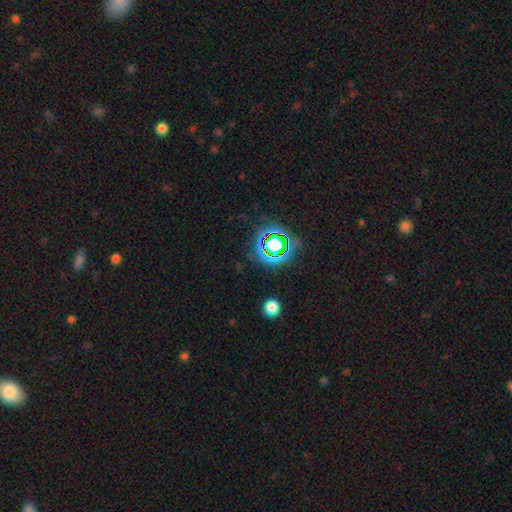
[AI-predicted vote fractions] A star or artifact, not a galaxy (75%).

Vote fractions:
- Smooth or featured? star or artifact: 75% / smooth: 17% / featured or disk: 8%